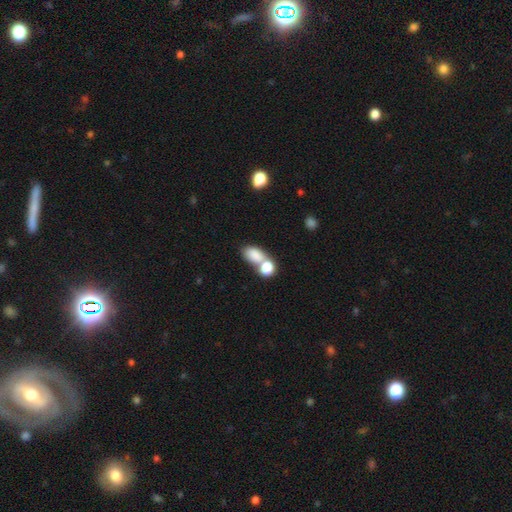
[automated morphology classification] smooth 81%, star or artifact 10%, featured or disk 9%. Down the decision tree: how rounded — in between (83%); merging — merger (48%).